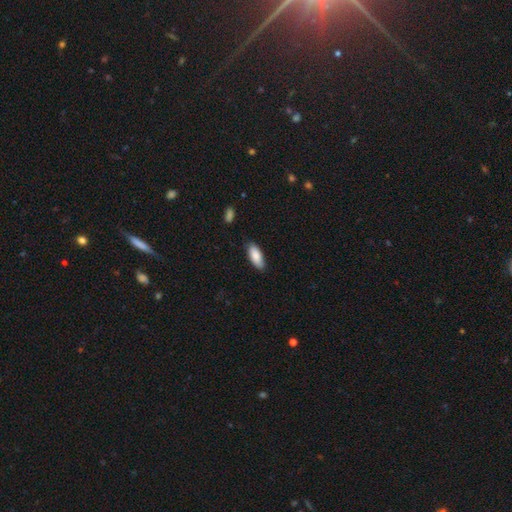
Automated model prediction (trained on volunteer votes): Overall: smooth (86%). How rounded: in between (85%). Merging: none (81%).